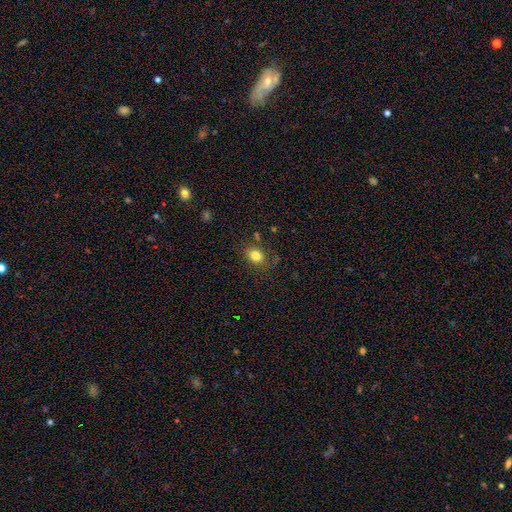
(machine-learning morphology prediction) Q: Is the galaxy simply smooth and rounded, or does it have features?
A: smooth — 81%.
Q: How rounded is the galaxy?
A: in between — 60%.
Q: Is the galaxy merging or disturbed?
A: none — 76%.